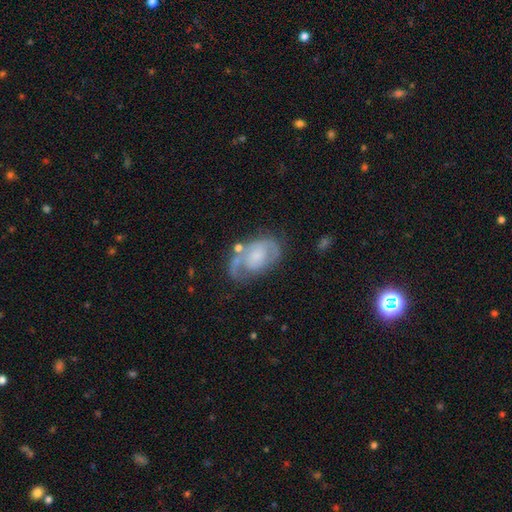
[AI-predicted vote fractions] smooth_or_featured: featured or disk (p=0.72) [alt: smooth p=0.20]
disk_edge_on: no (p=0.97) [alt: yes p=0.03]
bar: no (p=0.67) [alt: weak p=0.28]
has_spiral_arms: yes (p=0.85) [alt: no p=0.15]
spiral_winding: medium (p=0.42) [alt: tight p=0.37]
spiral_arm_count: 2 (p=0.57) [alt: 1 p=0.23]
bulge_size: small (p=0.42) [alt: moderate p=0.29]
merging: none (p=0.53) [alt: minor disturbance p=0.23]